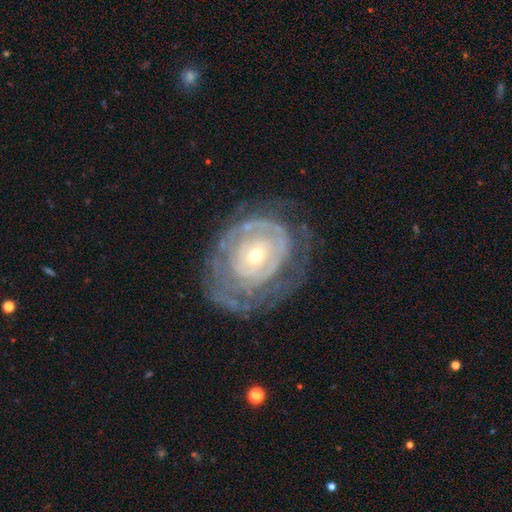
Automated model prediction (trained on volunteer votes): A featured or disk galaxy (80%) with no bar (75%), tight (79%) spiral arms (74%) and a small central bulge (67%).

Vote fractions:
- Smooth or featured? featured or disk: 80% / smooth: 14% / star or artifact: 6%
- Edge-on disk? no: 96% / yes: 4%
- Bar? no: 75% / weak: 19% / strong: 6%
- Spiral arms? yes: 74% / no: 26%
- Spiral winding? tight: 79% / medium: 15% / loose: 6%
- Spiral arm count? can't tell: 57% / 2: 16% / 3: 9% / 1: 7% / 4: 6% / more than 4: 5%
- Bulge size? small: 67% / moderate: 29% / large: 2% / none: 1% / dominant: 1%
- Merging? none: 60% / minor disturbance: 22% / major disturbance: 17% / merger: 2%